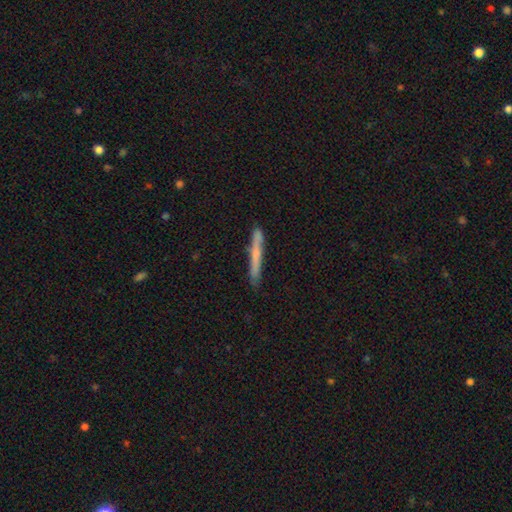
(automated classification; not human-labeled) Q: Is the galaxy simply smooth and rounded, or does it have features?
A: smooth — 63%.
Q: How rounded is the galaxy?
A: cigar-shaped — 96%.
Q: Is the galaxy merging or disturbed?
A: none — 81%.